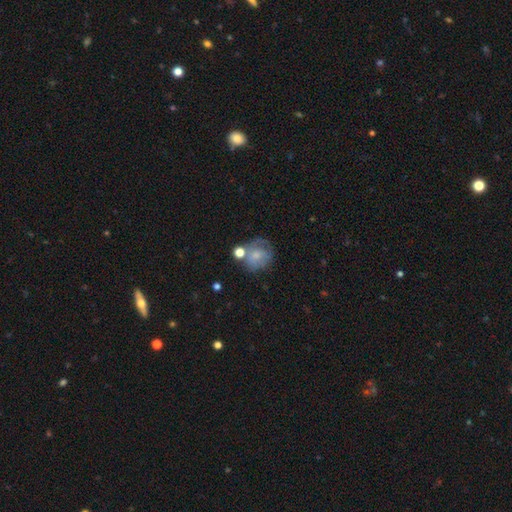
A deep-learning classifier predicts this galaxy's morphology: A smooth galaxy with no disk features (57%) that is round (72%).

Vote fractions:
- Smooth or featured? smooth: 57% / featured or disk: 33% / star or artifact: 10%
- How rounded? round: 72% / in between: 27% / cigar-shaped: 1%
- Merging? none: 44% / minor disturbance: 23% / major disturbance: 17% / merger: 15%